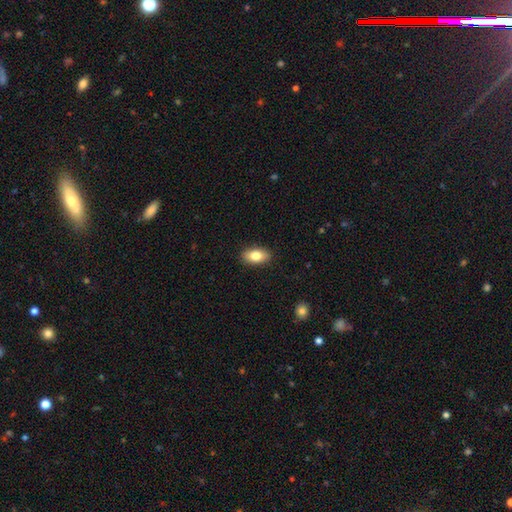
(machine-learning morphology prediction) This is clearly a smooth galaxy (81%). How rounded: clearly in between (91%). Merging: clearly none (89%).